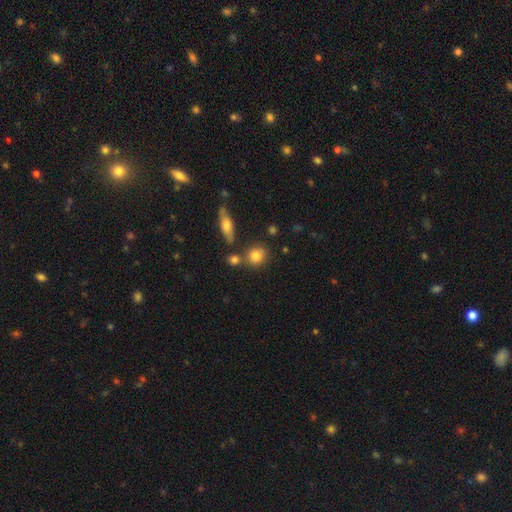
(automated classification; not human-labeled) Q: Smooth or featured?
A: smooth (82%); runner-up: star or artifact (9%)
Q: How rounded?
A: round (74%); runner-up: in between (23%)
Q: Merging?
A: none (70%); runner-up: merger (16%)